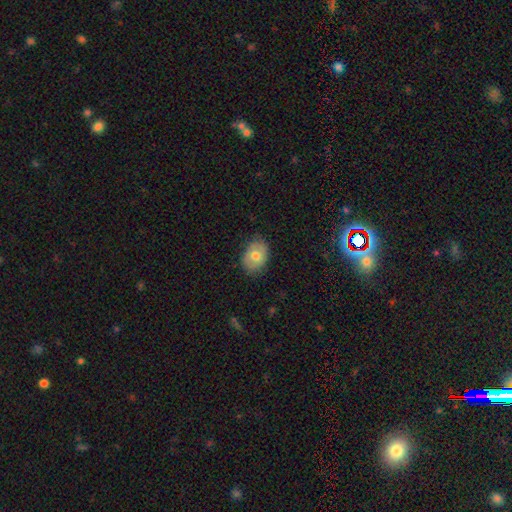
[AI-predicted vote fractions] Overall: smooth (68%). How rounded: in between (72%). Merging: none (78%).